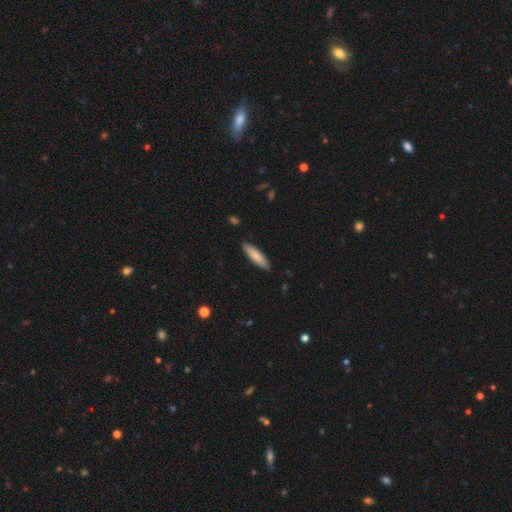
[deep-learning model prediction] A smooth galaxy with no disk features (80%) that is cigar-shaped (65%).

Vote fractions:
- Smooth or featured? smooth: 80% / featured or disk: 14% / star or artifact: 5%
- How rounded? cigar-shaped: 65% / in between: 34% / round: 1%
- Merging? none: 89% / minor disturbance: 8% / major disturbance: 2% / merger: 1%